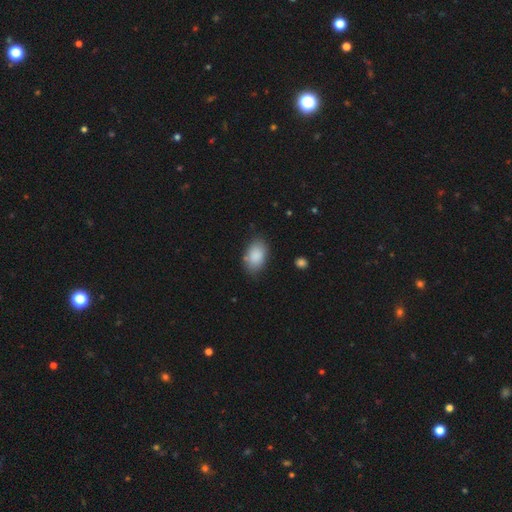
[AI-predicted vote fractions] Smooth or featured? smooth (88%)
How rounded? in between (90%)
Merging? none (80%)